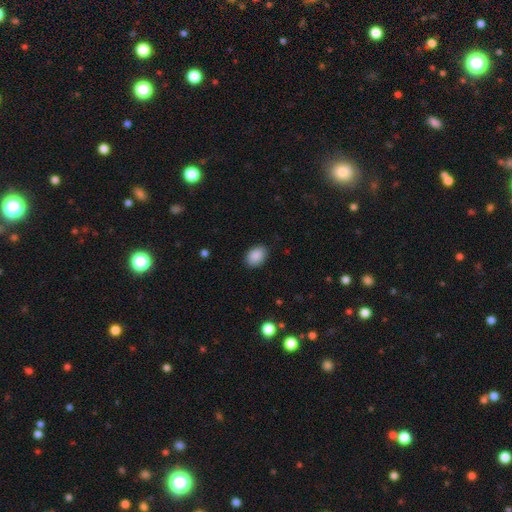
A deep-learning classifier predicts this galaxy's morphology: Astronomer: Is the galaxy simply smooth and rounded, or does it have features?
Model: smooth — 89%.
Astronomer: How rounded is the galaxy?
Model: in between — 74%.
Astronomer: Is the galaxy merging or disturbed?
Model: none — 87%.